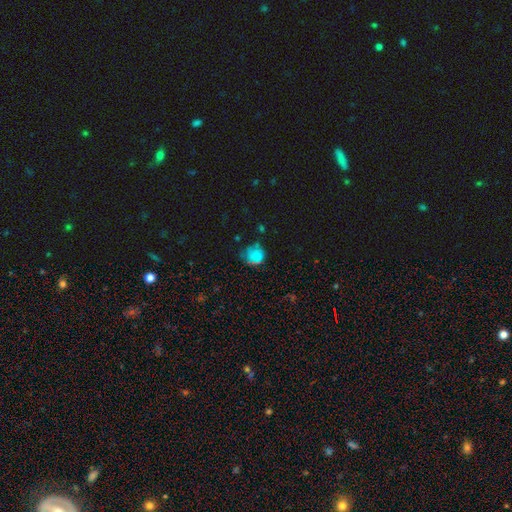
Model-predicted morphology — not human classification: Overall: smooth (62%). How rounded: round (74%). Merging: none (50%; minor disturbance 29%).